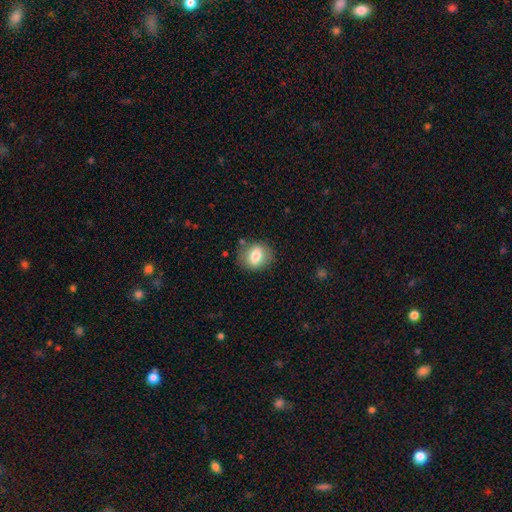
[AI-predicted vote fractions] This is likely a smooth galaxy (77%). How rounded: possibly round (59%). Merging: clearly none (82%).